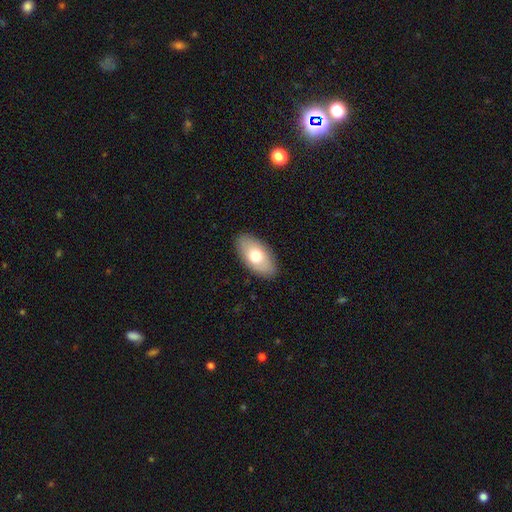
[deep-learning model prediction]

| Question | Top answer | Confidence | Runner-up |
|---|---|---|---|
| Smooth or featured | smooth | 72% | featured or disk (22%) |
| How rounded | in between | 94% | round (3%) |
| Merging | none | 87% | minor disturbance (9%) |